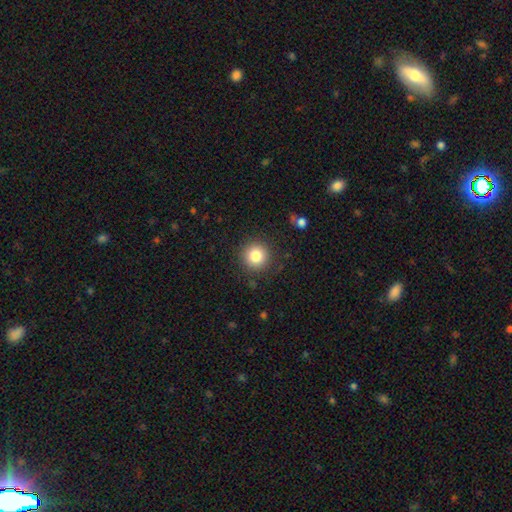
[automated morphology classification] type=smooth (83%); roundness=round (95%); merging=none (89%).